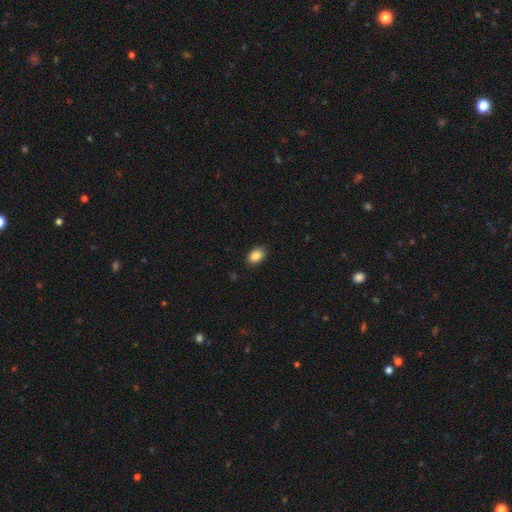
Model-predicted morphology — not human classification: The model was most divided on "how rounded": in between: 82%, round: 17%, cigar-shaped: 1%. More confident: merging — none (87%); smooth or featured — smooth (87%).